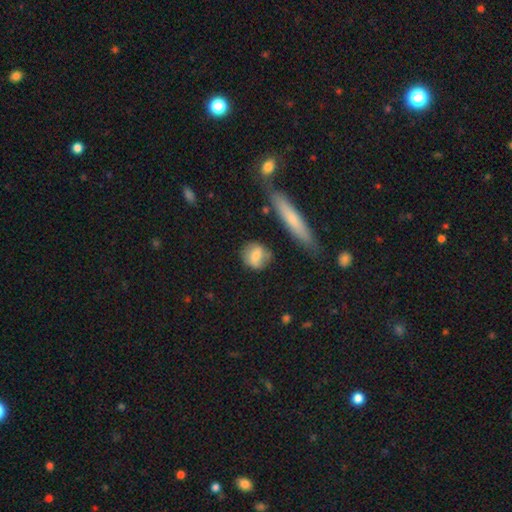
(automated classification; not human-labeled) Overall: smooth (71%). How rounded: round (67%; in between 28%). Merging: none (66%).